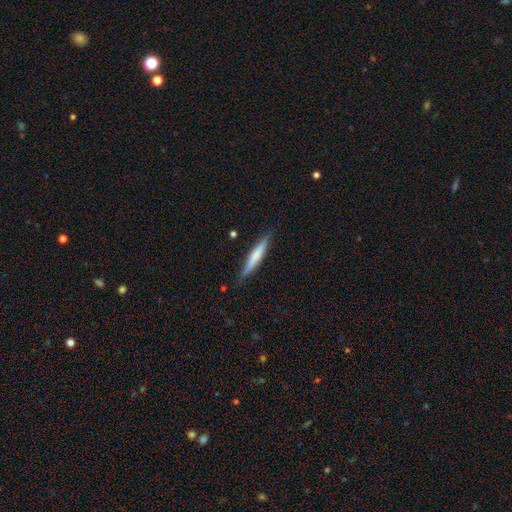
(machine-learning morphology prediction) Overall: smooth (58%; featured or disk 36%). How rounded: cigar-shaped (93%). Merging: none (85%).